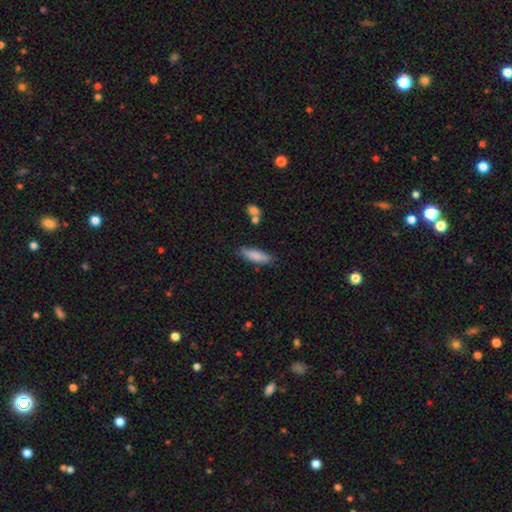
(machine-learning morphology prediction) type=smooth (84%); roundness=cigar-shaped (55%); merging=none (81%).